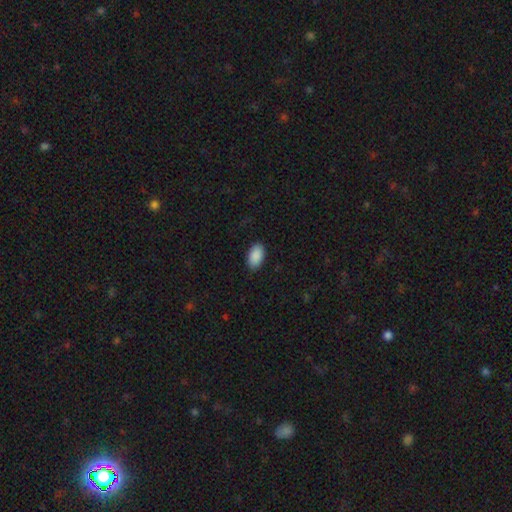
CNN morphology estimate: Smooth or featured?
  - smooth: 91% *
  - star or artifact: 6%
  - featured or disk: 3%
How rounded?
  - in between: 95% *
  - round: 4%
  - cigar-shaped: 1%
Merging?
  - none: 87% *
  - minor disturbance: 10%
  - major disturbance: 2%
  - merger: 1%